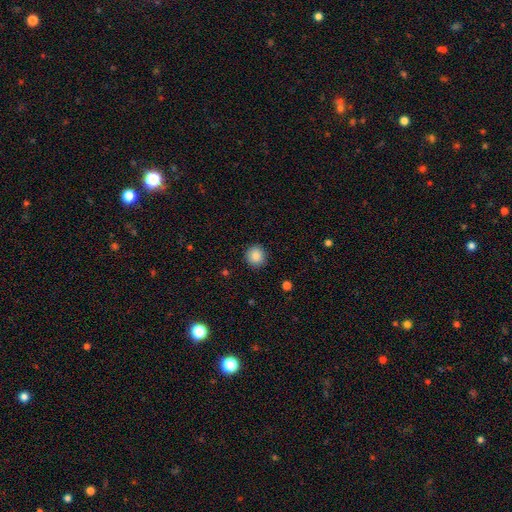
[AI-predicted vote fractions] This appears to be a smooth galaxy with no disk features (87%) that is round (91%). Merging: none (90%).